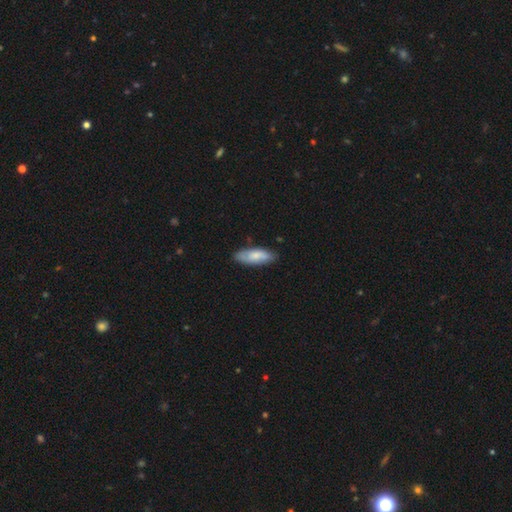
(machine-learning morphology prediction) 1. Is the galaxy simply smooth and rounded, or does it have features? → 70% smooth, 24% featured or disk, 6% star or artifact.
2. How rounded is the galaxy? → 69% in between, 29% cigar-shaped, 2% round.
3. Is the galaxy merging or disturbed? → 80% none, 16% minor disturbance, 3% major disturbance, 1% merger.